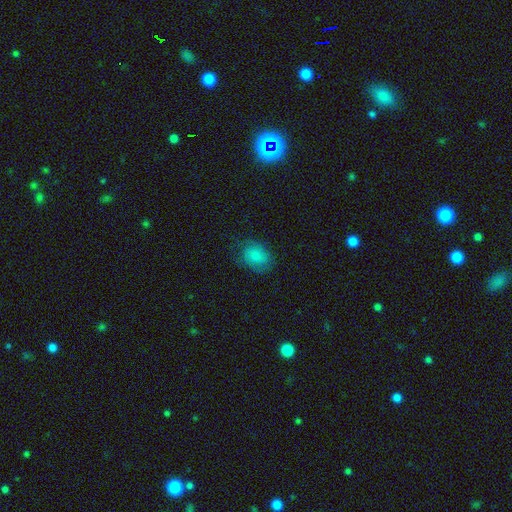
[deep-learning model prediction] Overall: smooth (75%). How rounded: in between (65%; round 34%). Merging: none (68%).